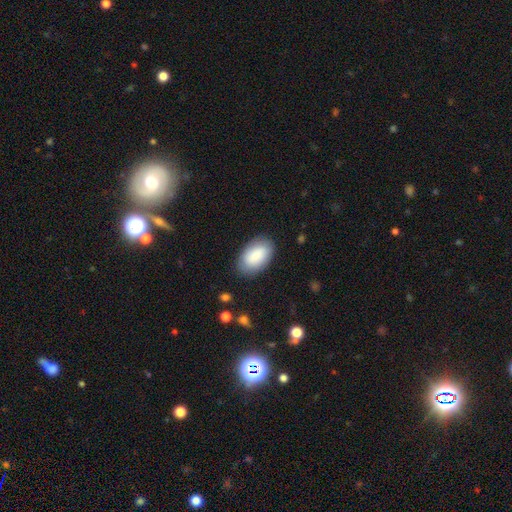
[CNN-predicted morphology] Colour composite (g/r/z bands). It shows a smooth galaxy with no disk features (87%) that is in between round and cigar-shaped (94%). Merging: none (84%).